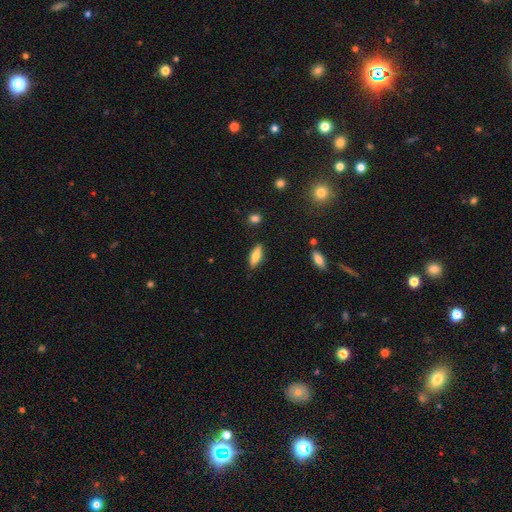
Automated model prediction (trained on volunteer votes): The model was most divided on "how rounded": in between: 60%, cigar-shaped: 37%, round: 2%. More confident: merging — none (86%); smooth or featured — smooth (71%).